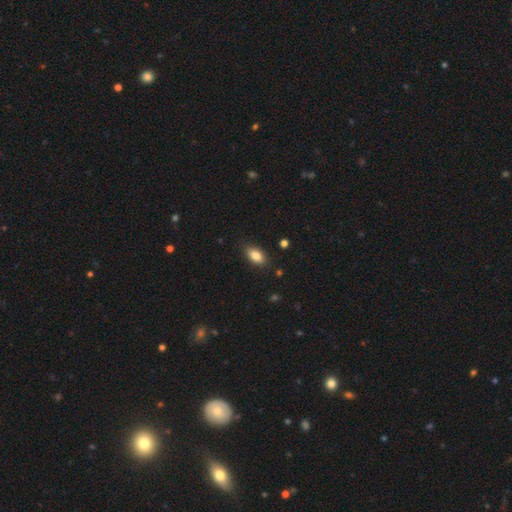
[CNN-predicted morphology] Smooth or featured?
  - smooth: 84% *
  - featured or disk: 8%
  - star or artifact: 8%
How rounded?
  - in between: 90% *
  - round: 6%
  - cigar-shaped: 5%
Merging?
  - none: 85% *
  - minor disturbance: 12%
  - major disturbance: 2%
  - merger: 1%